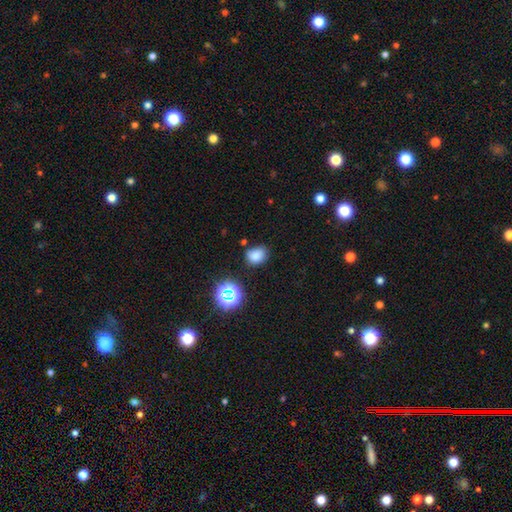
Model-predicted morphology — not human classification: Smooth or featured?
  - smooth: 77% *
  - star or artifact: 17%
  - featured or disk: 7%
How rounded?
  - in between: 51% *
  - round: 48%
  - cigar-shaped: 1%
Merging?
  - none: 67% *
  - minor disturbance: 22%
  - merger: 5%
  - major disturbance: 5%